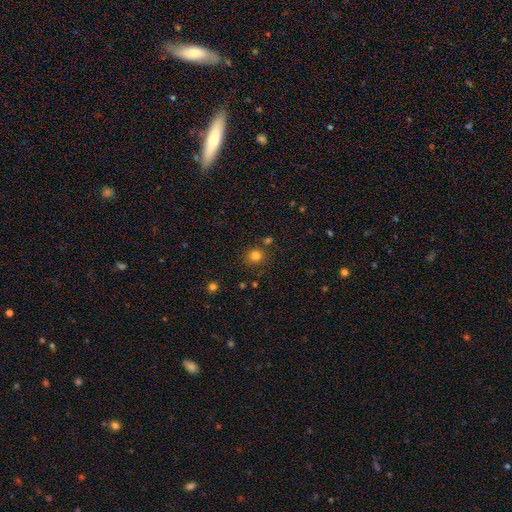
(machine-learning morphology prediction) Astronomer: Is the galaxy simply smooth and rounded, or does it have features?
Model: smooth — 80%.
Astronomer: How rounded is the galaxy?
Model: round — 89%.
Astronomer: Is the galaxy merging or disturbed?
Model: none — 81%.